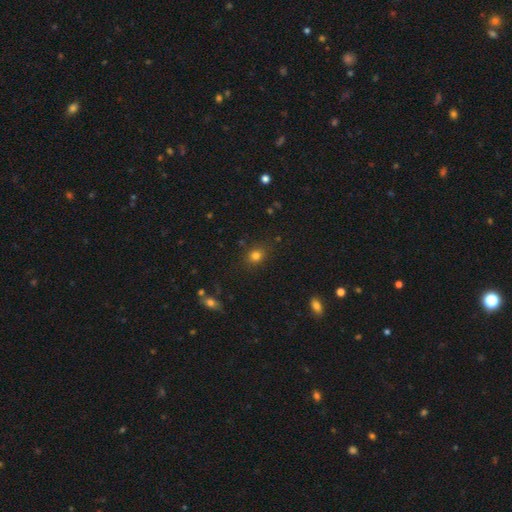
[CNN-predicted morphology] smooth-or-featured: smooth: 79% | star or artifact: 15% | featured or disk: 7%
  how-rounded: round: 67% | in between: 32% | cigar-shaped: 1%
  merging: none: 83% | minor disturbance: 12% | major disturbance: 4% | merger: 2%